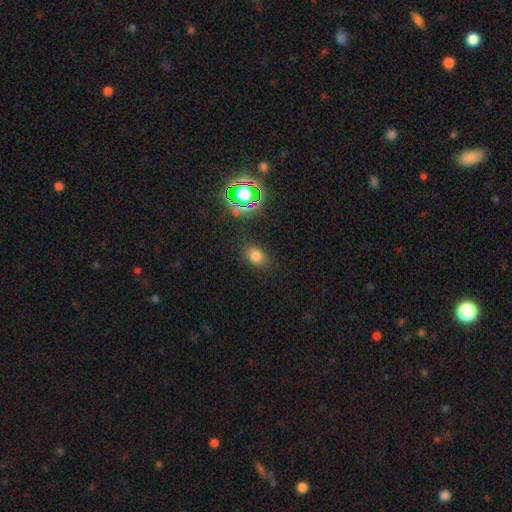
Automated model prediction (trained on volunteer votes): Smooth or featured: smooth — 72% (star or artifact — 21%)
How rounded: in between — 60% (round — 38%)
Merging: none — 83% (minor disturbance — 11%)